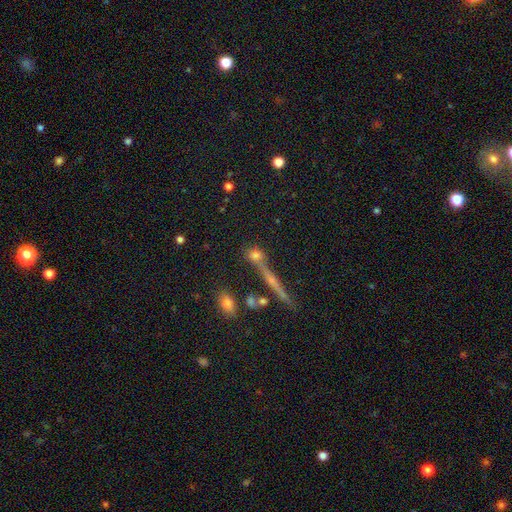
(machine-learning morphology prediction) Smooth or featured: smooth — 59% (featured or disk — 22%)
How rounded: round — 61% (in between — 22%)
Merging: none — 58% (merger — 24%)